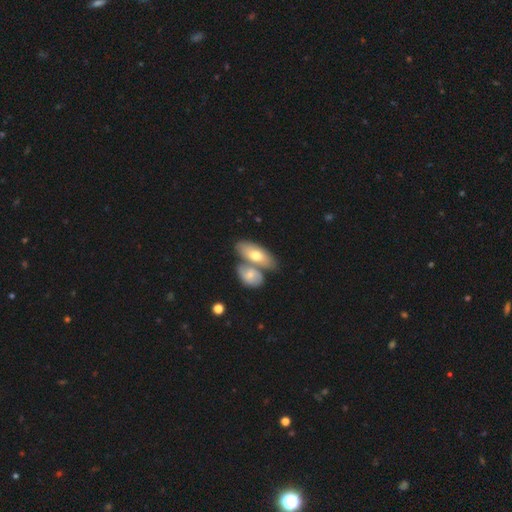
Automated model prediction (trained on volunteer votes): smooth-or-featured: smooth: 62% | featured or disk: 33% | star or artifact: 5%
  how-rounded: in between: 82% | cigar-shaped: 14% | round: 4%
  merging: merger: 49% | none: 39% | minor disturbance: 9% | major disturbance: 3%